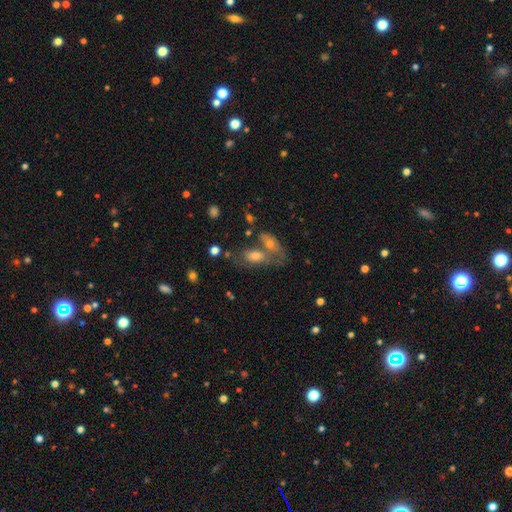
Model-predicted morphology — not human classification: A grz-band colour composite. It shows a smooth galaxy with no disk features (48%). Merging: merger (50%).